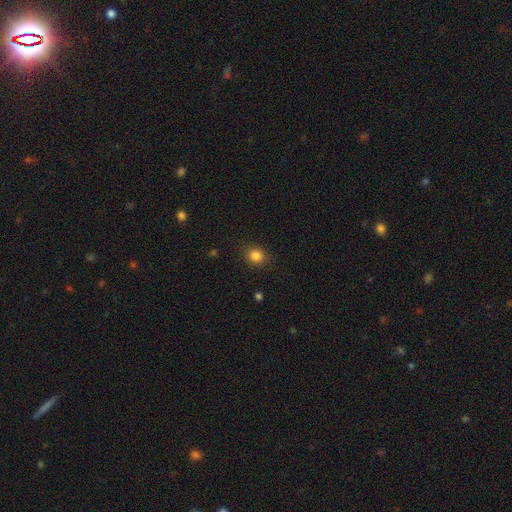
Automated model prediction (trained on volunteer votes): Morphology: type=smooth (84%); roundness=round (78%); merging=none (87%).